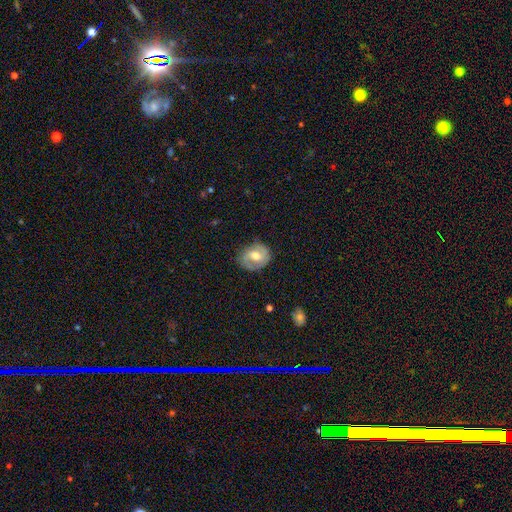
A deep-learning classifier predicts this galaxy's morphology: A featured or disk galaxy (53%) with a weak bar (45%), spiral arms (70%) and a moderate central bulge (64%). Merging: none (72%).